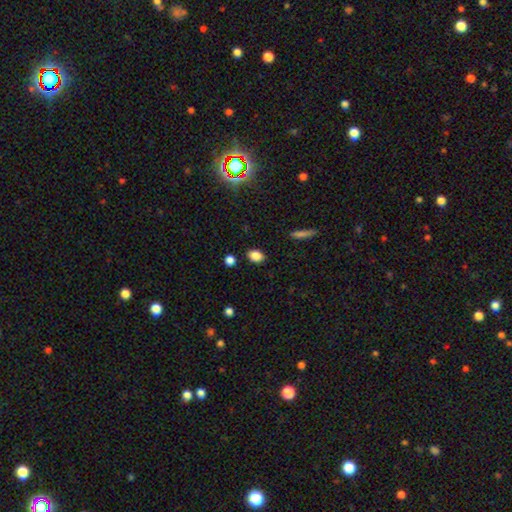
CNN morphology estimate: Smooth or featured? Predicted: smooth (p=0.85). How rounded? Predicted: in between (p=0.70). Merging? Predicted: none (p=0.86).